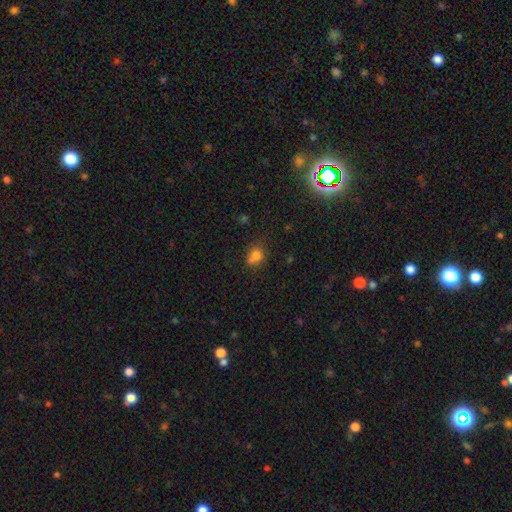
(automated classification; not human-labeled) A smooth galaxy with no disk features (77%) that is round (62%).

Vote fractions:
- Smooth or featured? smooth: 77% / star or artifact: 14% / featured or disk: 10%
- How rounded? round: 62% / in between: 37% / cigar-shaped: 1%
- Merging? none: 50% / merger: 24% / minor disturbance: 19% / major disturbance: 7%